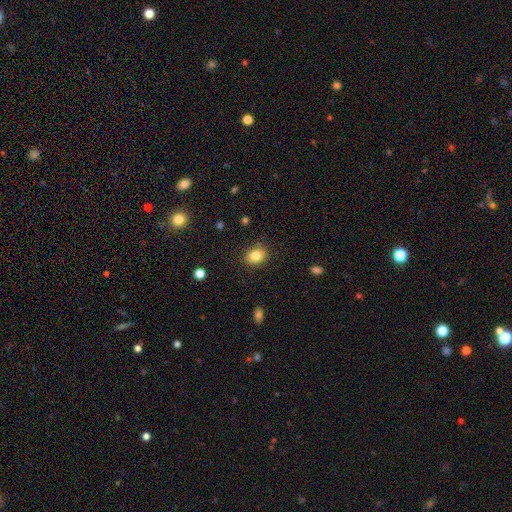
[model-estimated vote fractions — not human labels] Smooth or featured? Predicted: smooth (p=0.84). How rounded? Predicted: in between (p=0.56). Merging? Predicted: none (p=0.86).